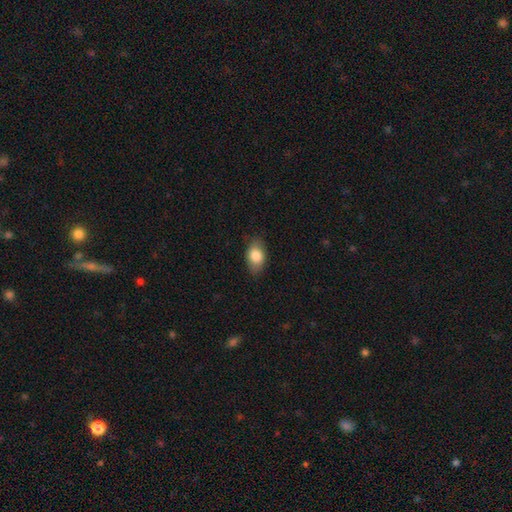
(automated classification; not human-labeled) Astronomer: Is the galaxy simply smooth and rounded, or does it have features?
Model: smooth — 83%.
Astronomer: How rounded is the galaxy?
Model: in between — 87%.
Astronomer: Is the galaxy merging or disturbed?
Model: none — 81%.